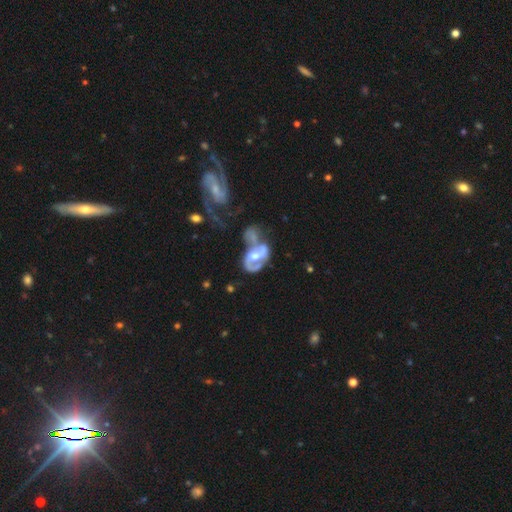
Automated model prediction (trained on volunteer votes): Morphology: type=featured or disk (81%); edge-on=no (97%); bar=no (38%); spiral arms=yes (83%); winding=medium (42%); arm count=2 (75%); bulge=moderate (64%); merging=merger (48%).